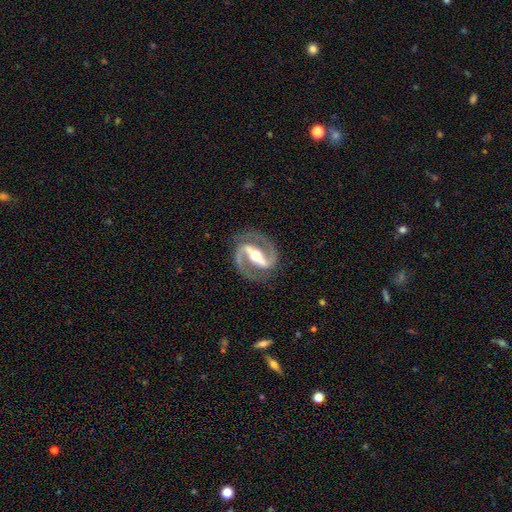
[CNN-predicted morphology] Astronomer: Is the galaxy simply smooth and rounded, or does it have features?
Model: featured or disk — 92%.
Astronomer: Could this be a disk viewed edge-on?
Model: no — 96%.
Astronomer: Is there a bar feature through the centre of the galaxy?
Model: strong — 75%.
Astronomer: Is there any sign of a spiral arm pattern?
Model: yes — 97%.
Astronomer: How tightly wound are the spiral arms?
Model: medium — 59%.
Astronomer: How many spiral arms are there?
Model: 2 — 94%.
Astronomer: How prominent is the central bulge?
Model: moderate — 66%.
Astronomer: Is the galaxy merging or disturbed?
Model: none — 85%.